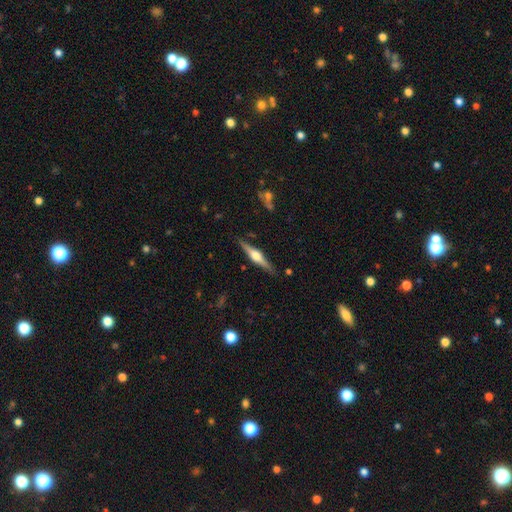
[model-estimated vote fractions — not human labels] This is likely a featured or disk galaxy (75%). It is clearly viewed edge-on (98%). Edge-on bulge: clearly rounded (93%). Merging: clearly none (88%).